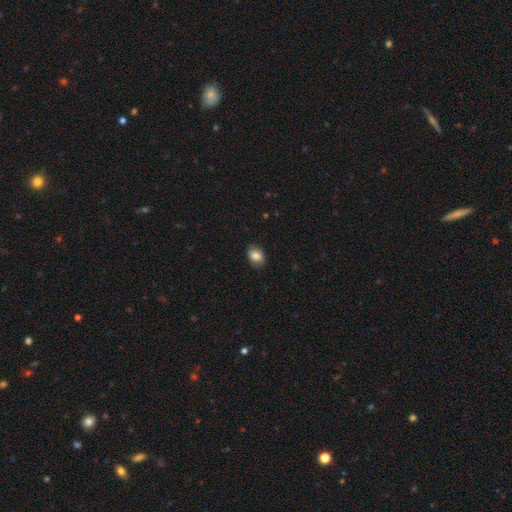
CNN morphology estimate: smooth_or_featured: smooth (p=0.84) [alt: star or artifact p=0.08]
how_rounded: in between (p=0.66) [alt: round p=0.33]
merging: none (p=0.83) [alt: minor disturbance p=0.13]